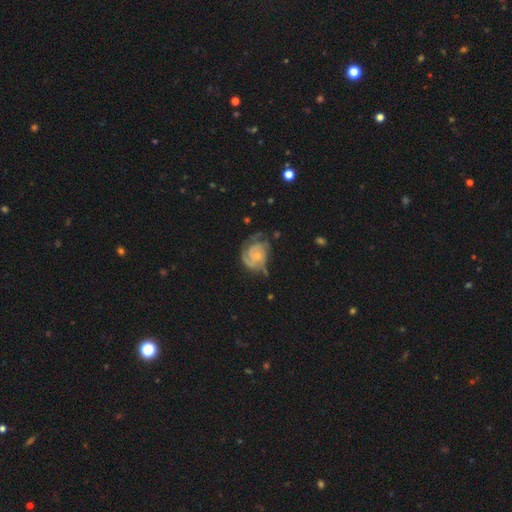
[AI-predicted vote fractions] This appears to be a featured or disk galaxy (75%) with no bar (74%), 2 (38%) tight (56%) spiral arms (91%) and a small central bulge (61%). Merging: none (46%).